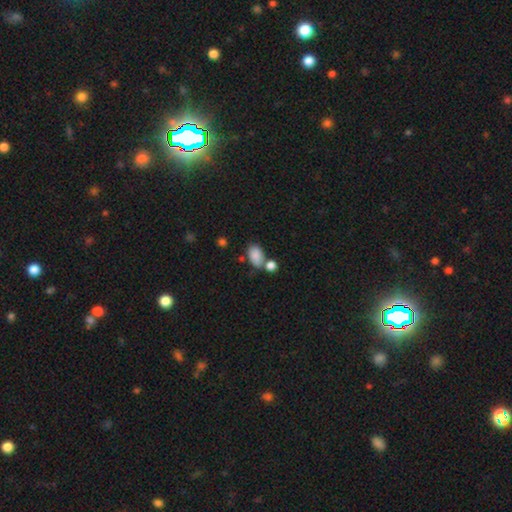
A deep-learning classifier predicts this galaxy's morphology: This is clearly a smooth galaxy (85%). How rounded: clearly in between (88%). Merging: possibly none (48%).